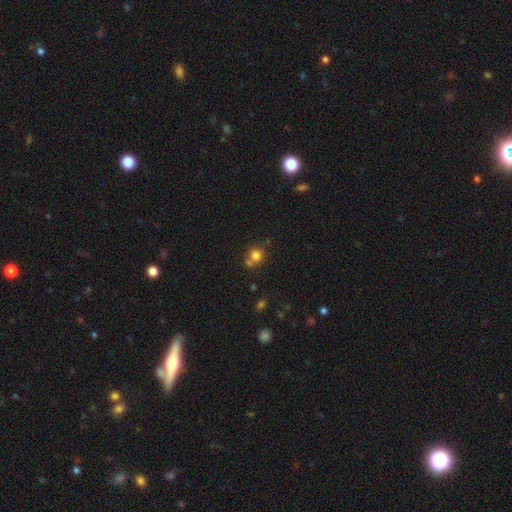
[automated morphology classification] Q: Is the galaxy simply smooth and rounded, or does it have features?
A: smooth — 78%.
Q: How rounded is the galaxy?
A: round — 86%.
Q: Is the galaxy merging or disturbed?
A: none — 57%.